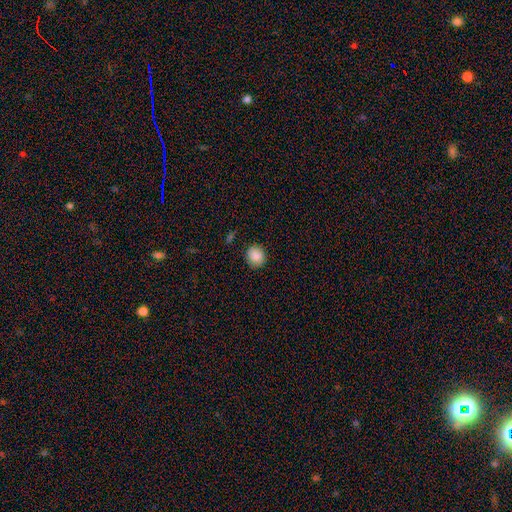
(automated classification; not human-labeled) Q: Smooth or featured?
A: smooth (88%); runner-up: star or artifact (8%)
Q: How rounded?
A: round (75%); runner-up: in between (24%)
Q: Merging?
A: none (87%); runner-up: minor disturbance (9%)